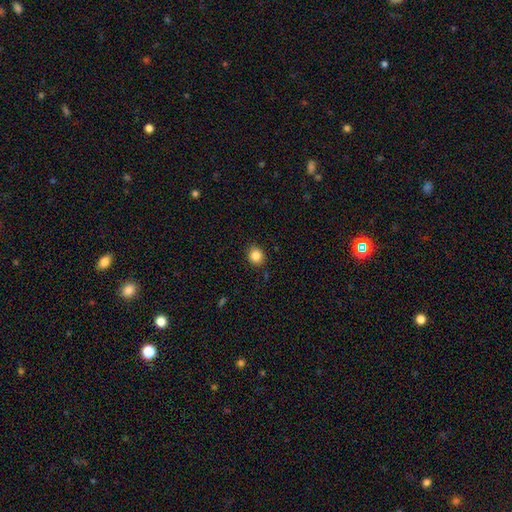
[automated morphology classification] Smooth or featured: smooth — 85% (star or artifact — 10%)
How rounded: round — 83% (in between — 16%)
Merging: none — 89% (minor disturbance — 8%)